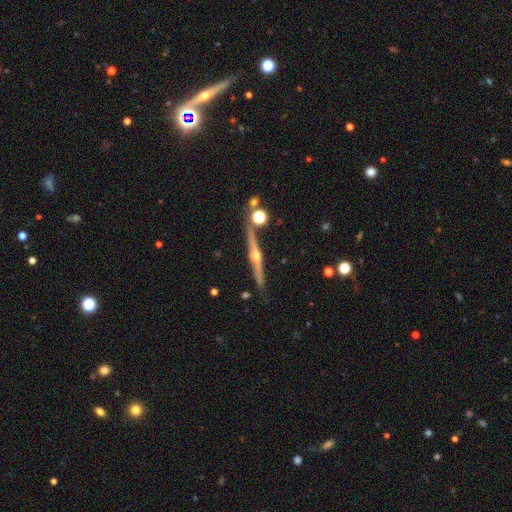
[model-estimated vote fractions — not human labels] smooth_or_featured: featured or disk (p=0.80) [alt: smooth p=0.13]
disk_edge_on: yes (p=0.98) [alt: no p=0.02]
edge_on_bulge: rounded (p=0.94) [alt: none p=0.03]
merging: none (p=0.84) [alt: minor disturbance p=0.10]